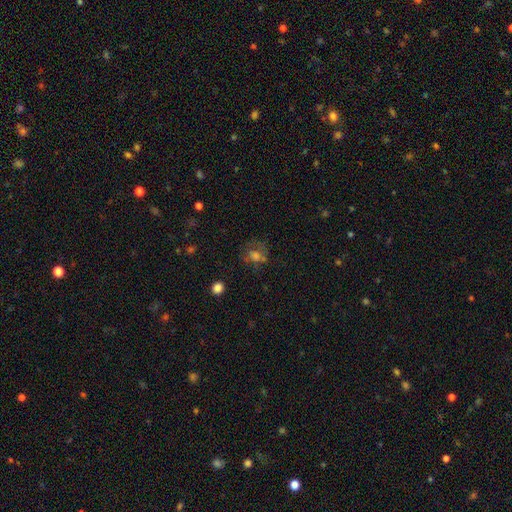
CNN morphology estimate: Smooth or featured: smooth — 47% (featured or disk — 30%)
Merging: none — 52% (major disturbance — 22%)